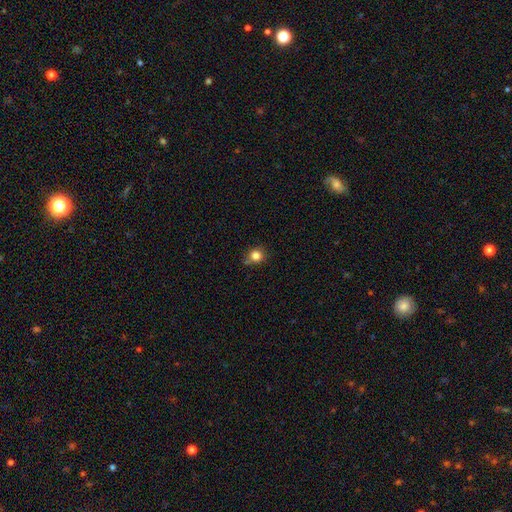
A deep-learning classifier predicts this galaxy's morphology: This appears to be a smooth galaxy with no disk features (82%) that is round (85%). Merging: none (67%).